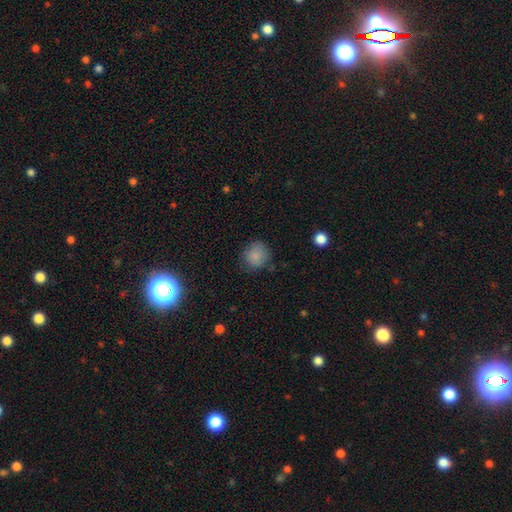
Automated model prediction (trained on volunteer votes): This is clearly a smooth galaxy (84%). How rounded: clearly round (82%). Merging: likely none (74%).